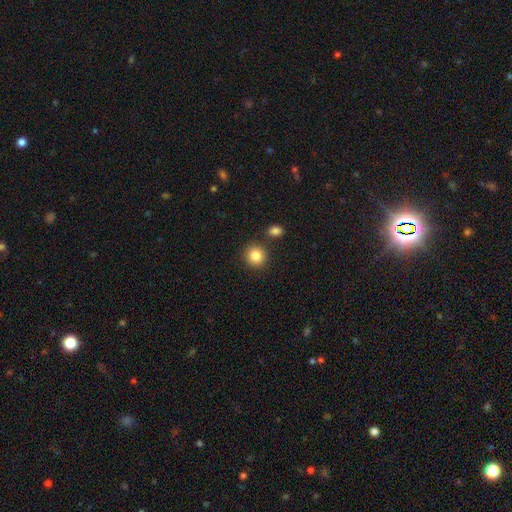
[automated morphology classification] This is clearly a smooth galaxy (85%). How rounded: clearly round (90%). Merging: clearly none (84%).